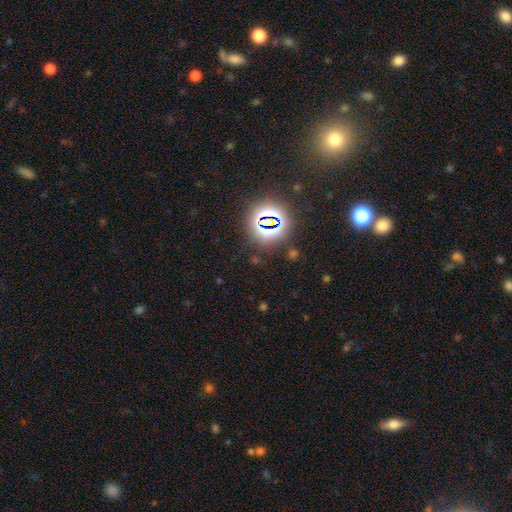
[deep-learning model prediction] This is likely a star or artifact rather than a galaxy (76%).